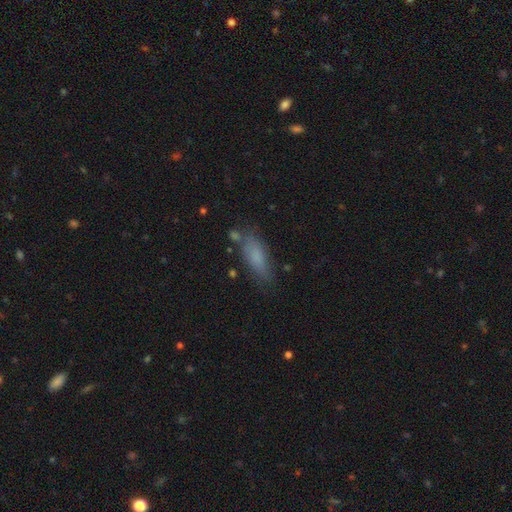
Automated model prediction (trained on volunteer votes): Morphology: type=smooth (76%); roundness=in between (64%); merging=none (69%).